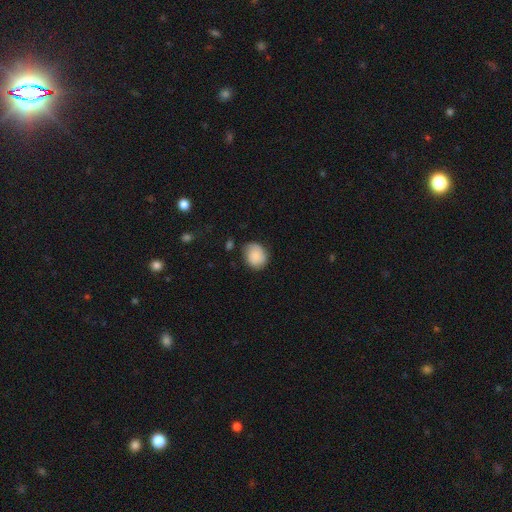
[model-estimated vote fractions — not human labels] smooth 82%, featured or disk 11%, star or artifact 7%. Down the decision tree: how rounded — round (59%); merging — none (71%).